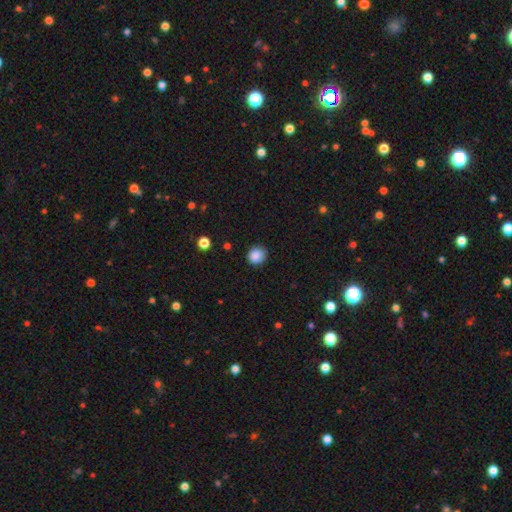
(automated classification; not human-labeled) Overall: smooth (87%). How rounded: round (89%). Merging: none (86%).